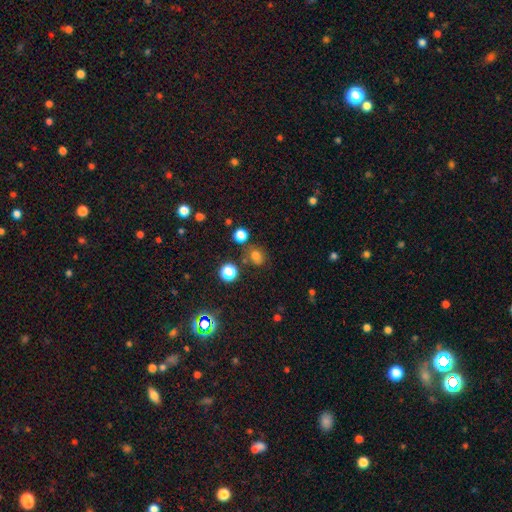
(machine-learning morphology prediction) The model was most divided on "how rounded": round: 64%, in between: 35%, cigar-shaped: 1%. More confident: merging — none (74%); smooth or featured — smooth (72%).